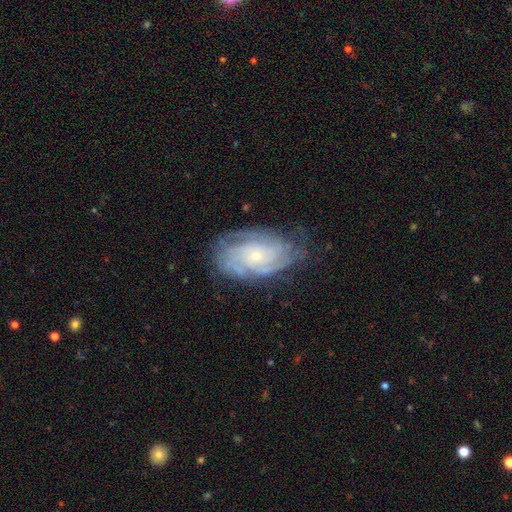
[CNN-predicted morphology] smooth-or-featured: featured or disk: 81% | smooth: 12% | star or artifact: 7%
  disk-edge-on: no: 96% | yes: 4%
    bar: no: 78% | weak: 19% | strong: 4%
    has-spiral-arms: yes: 94% | no: 6%
      spiral-winding: tight: 69% | medium: 25% | loose: 6%
      spiral-arm-count: can't tell: 38% | 4: 20% | 3: 15% | 2: 13% | more than 4: 9% | 1: 5%
    bulge-size: small: 77% | moderate: 18% | none: 2% | large: 1% | dominant: 1%
  merging: none: 71% | minor disturbance: 20% | major disturbance: 8% | merger: 1%